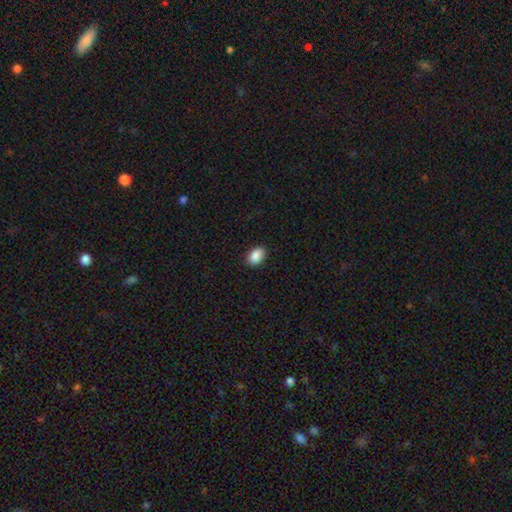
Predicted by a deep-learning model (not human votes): Smooth or featured: smooth — 89% (star or artifact — 7%)
How rounded: in between — 84% (round — 15%)
Merging: none — 89% (minor disturbance — 8%)